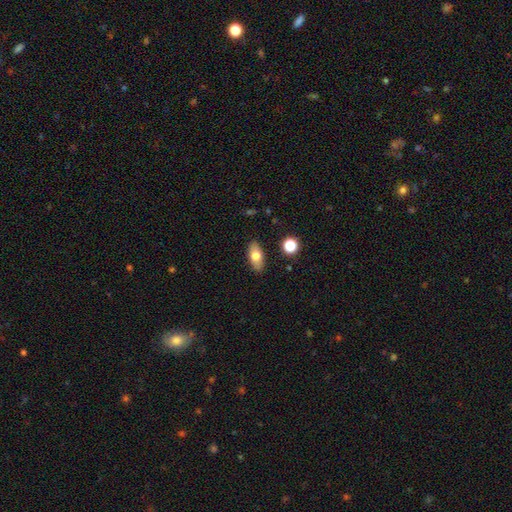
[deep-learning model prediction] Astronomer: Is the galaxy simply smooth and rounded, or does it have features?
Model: smooth — 72%.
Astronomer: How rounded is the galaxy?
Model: in between — 83%.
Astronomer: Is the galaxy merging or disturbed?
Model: none — 88%.